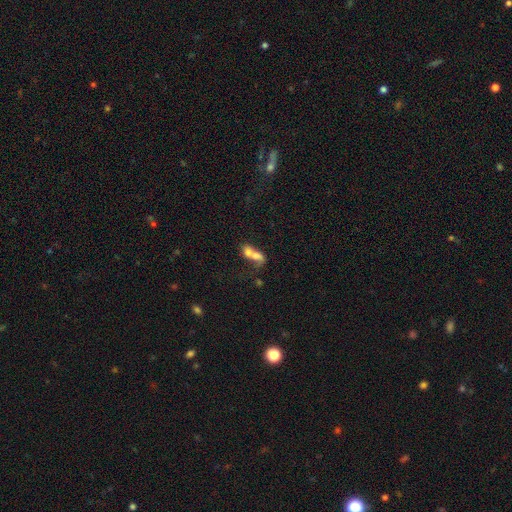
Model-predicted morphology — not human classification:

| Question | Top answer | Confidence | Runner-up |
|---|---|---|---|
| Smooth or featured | smooth | 62% | featured or disk (27%) |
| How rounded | in between | 66% | round (25%) |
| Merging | merger | 76% | none (12%) |